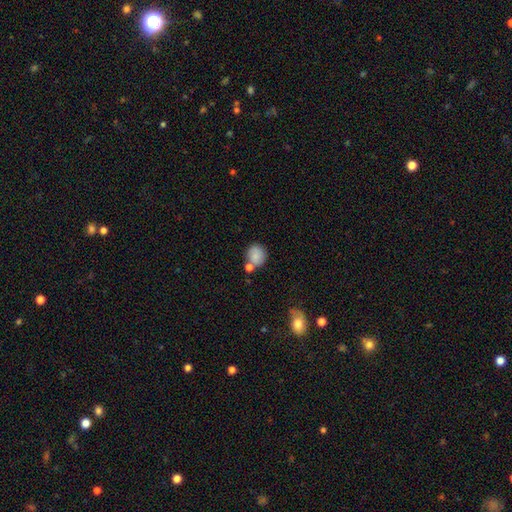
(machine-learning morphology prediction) type=smooth (82%); roundness=round (78%); merging=none (60%).